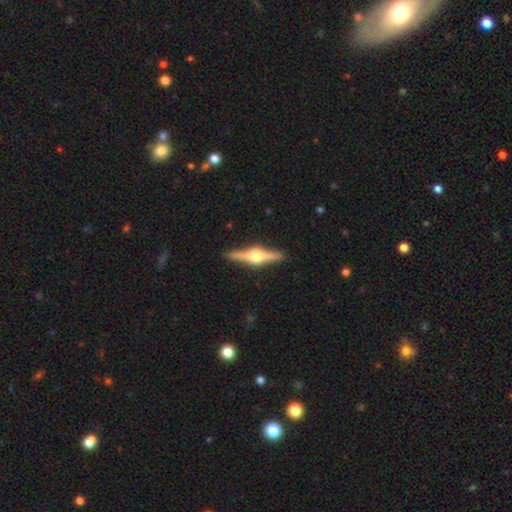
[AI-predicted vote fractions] Overall: featured or disk (81%). Edge-on disk: yes (98%). Edge-on bulge: rounded (95%). Merging: none (91%).